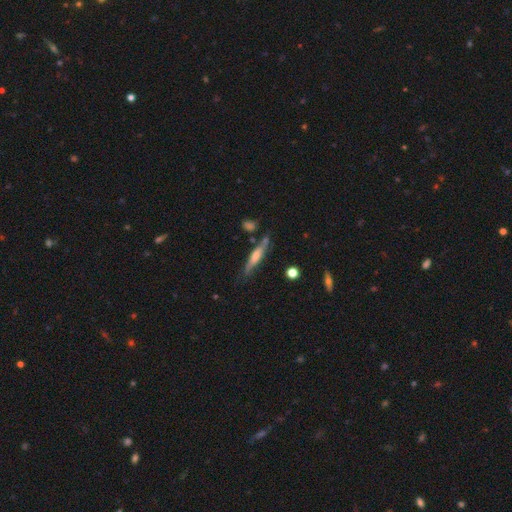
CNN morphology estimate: A featured or disk galaxy (55%) viewed edge-on (92%) with a rounded central bulge (65%).

Vote fractions:
- Smooth or featured? featured or disk: 55% / smooth: 38% / star or artifact: 7%
- Edge-on disk? yes: 92% / no: 8%
- Edge-on bulge? rounded: 65% / boxy: 19% / none: 16%
- Merging? none: 75% / minor disturbance: 16% / merger: 6% / major disturbance: 4%